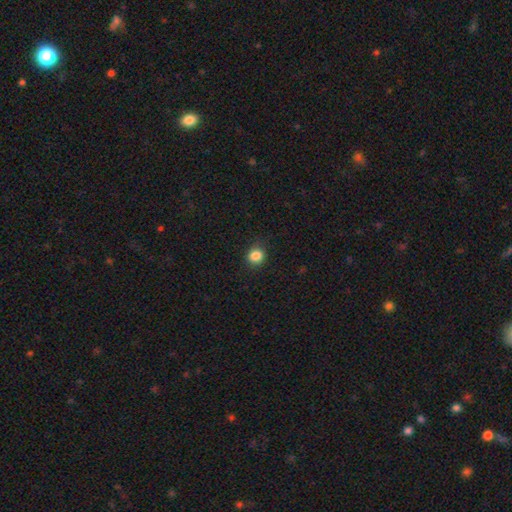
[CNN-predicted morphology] smooth 84%, star or artifact 12%, featured or disk 4%. Down the decision tree: how rounded — round (78%); merging — none (84%).